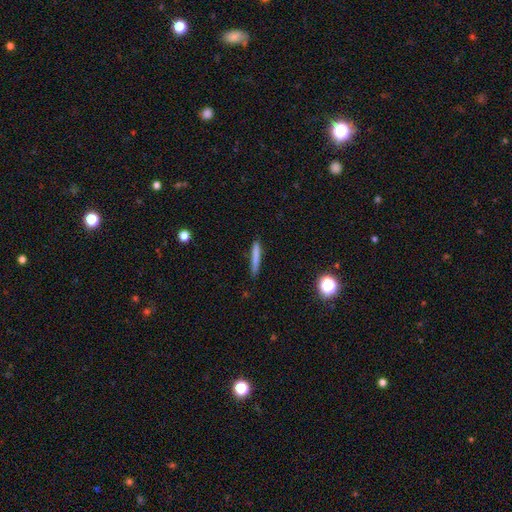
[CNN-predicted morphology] Smooth or featured? Predicted: smooth (p=0.78). How rounded? Predicted: cigar-shaped (p=0.94). Merging? Predicted: none (p=0.85).